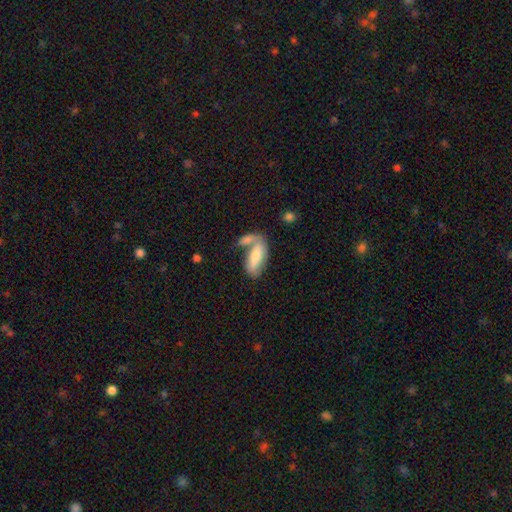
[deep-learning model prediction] smooth-or-featured: smooth: 59% | featured or disk: 34% | star or artifact: 6%
  how-rounded: in between: 79% | cigar-shaped: 18% | round: 3%
  merging: merger: 43% | none: 33% | minor disturbance: 14% | major disturbance: 10%